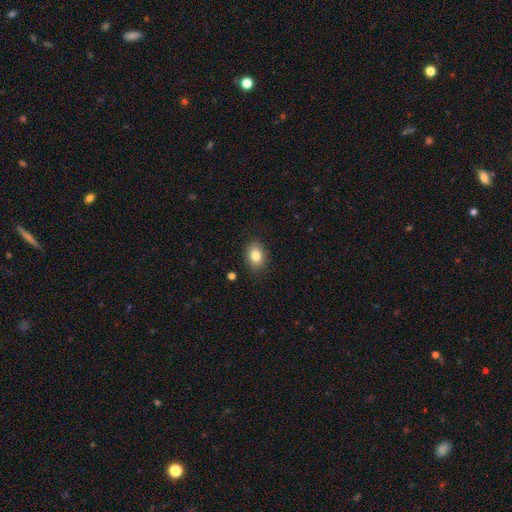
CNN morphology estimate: smooth_or_featured: smooth (p=0.83) [alt: star or artifact p=0.09]
how_rounded: in between (p=0.75) [alt: round p=0.24]
merging: none (p=0.86) [alt: minor disturbance p=0.10]